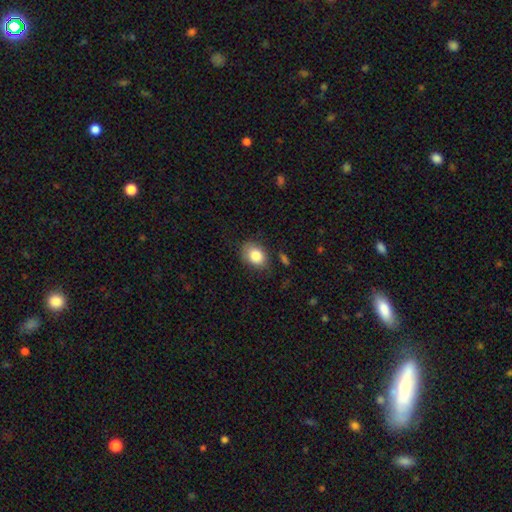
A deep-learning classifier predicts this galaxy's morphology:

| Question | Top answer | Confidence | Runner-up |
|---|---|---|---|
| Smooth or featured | smooth | 84% | featured or disk (8%) |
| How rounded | in between | 70% | round (29%) |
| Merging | none | 76% | minor disturbance (18%) |